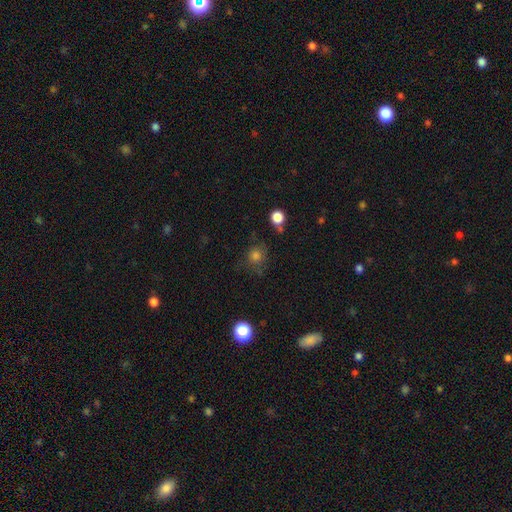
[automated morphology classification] The model was most divided on "merging": none: 70%, minor disturbance: 18%, major disturbance: 9%, merger: 4%. More confident: how rounded — round (86%); smooth or featured — smooth (72%).